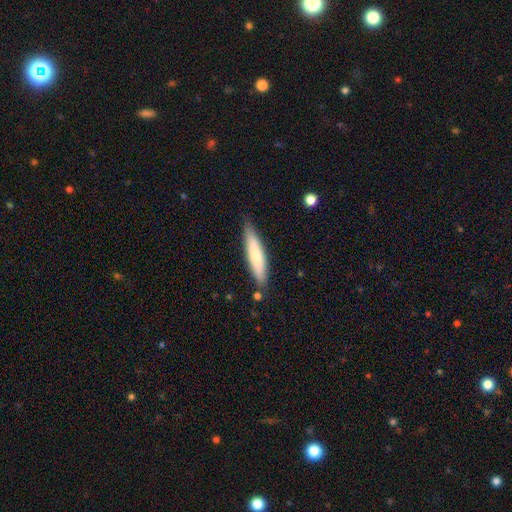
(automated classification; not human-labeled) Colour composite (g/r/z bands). It shows a smooth galaxy with no disk features (72%) that is cigar-shaped (84%). Merging: none (81%).